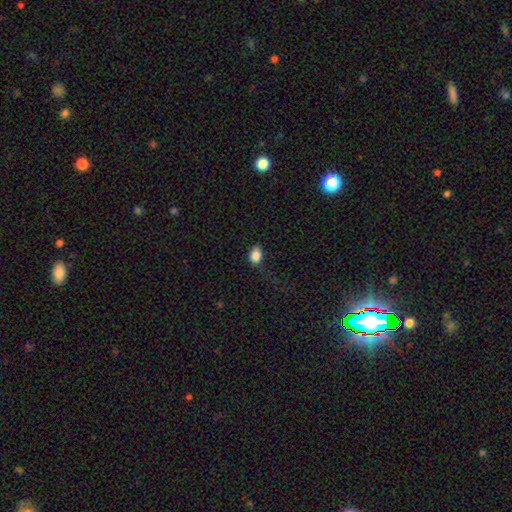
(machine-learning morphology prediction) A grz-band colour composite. It shows a smooth galaxy with no disk features (86%) that is in between round and cigar-shaped (72%). Merging: none (63%).